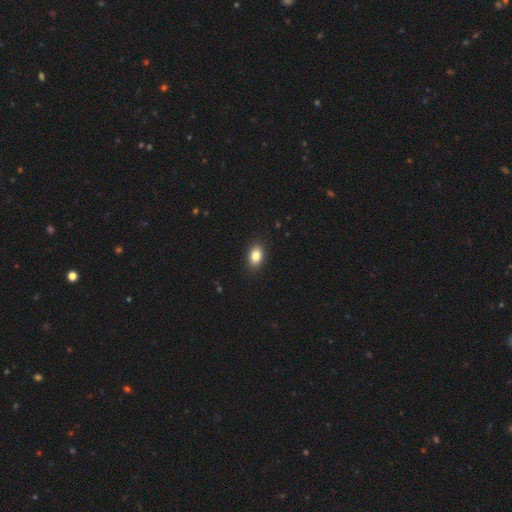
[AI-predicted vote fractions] A smooth galaxy with no disk features (85%) that is in between round and cigar-shaped (84%). Merging: none (89%).